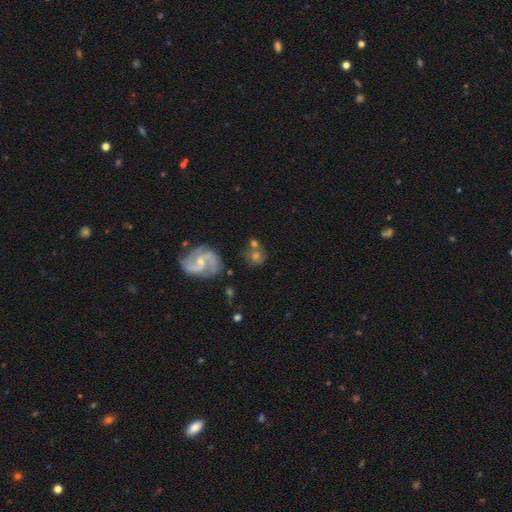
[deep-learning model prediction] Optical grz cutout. It shows a featured or disk galaxy (48%). Merging: none (67%).